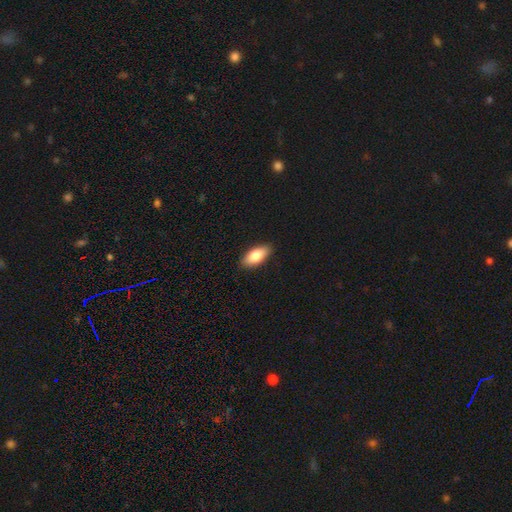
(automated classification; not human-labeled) Overall: smooth (83%). How rounded: in between (87%). Merging: none (89%).